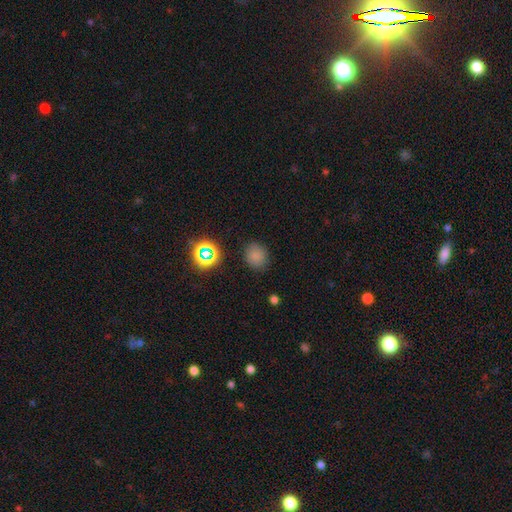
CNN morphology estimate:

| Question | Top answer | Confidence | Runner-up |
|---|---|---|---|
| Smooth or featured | smooth | 75% | star or artifact (19%) |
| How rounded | round | 70% | in between (29%) |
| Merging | none | 84% | minor disturbance (11%) |